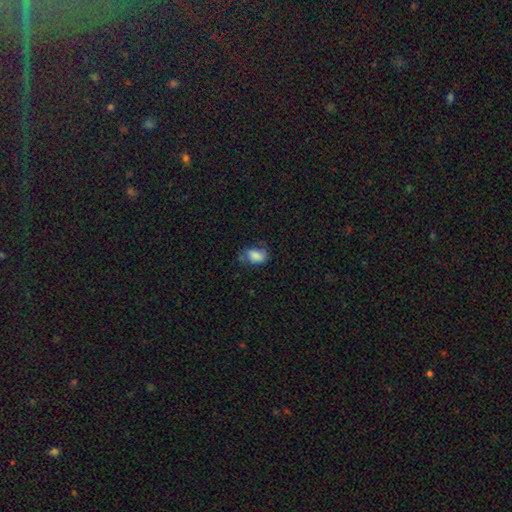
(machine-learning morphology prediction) A smooth galaxy with no disk features (77%) that is in between round and cigar-shaped (87%).

Vote fractions:
- Smooth or featured? smooth: 77% / featured or disk: 14% / star or artifact: 9%
- How rounded? in between: 87% / round: 11% / cigar-shaped: 2%
- Merging? none: 48% / minor disturbance: 32% / major disturbance: 16% / merger: 4%